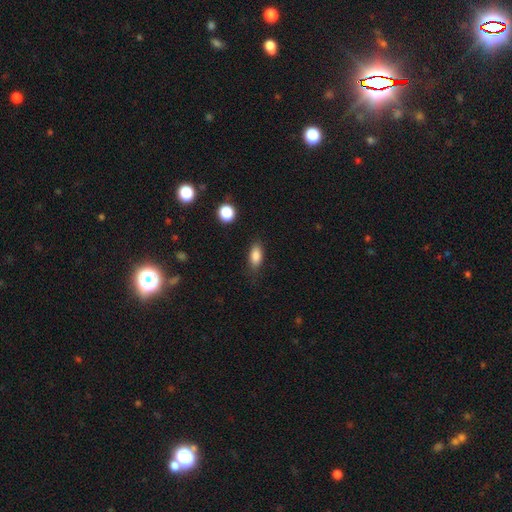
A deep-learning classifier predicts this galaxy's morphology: smooth-or-featured: smooth: 85% | star or artifact: 8% | featured or disk: 7%
  how-rounded: in between: 84% | cigar-shaped: 10% | round: 6%
  merging: none: 80% | minor disturbance: 15% | major disturbance: 4% | merger: 1%